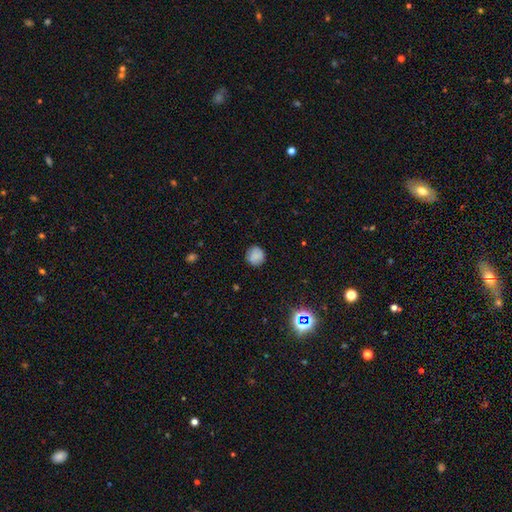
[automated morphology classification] This appears to be a smooth galaxy with no disk features (82%) that is round (90%). Merging: none (85%).